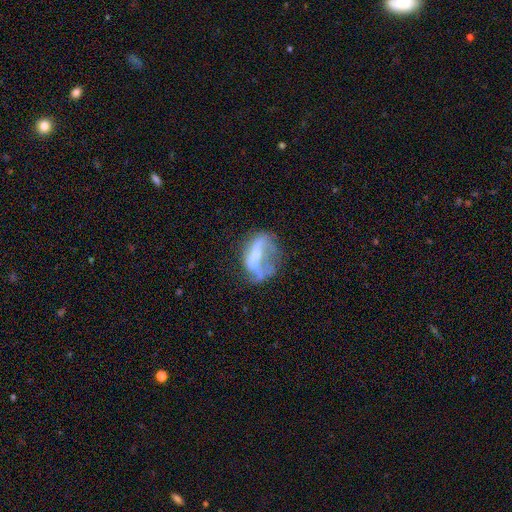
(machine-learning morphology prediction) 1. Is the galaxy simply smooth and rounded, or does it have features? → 58% featured or disk, 32% smooth, 10% star or artifact.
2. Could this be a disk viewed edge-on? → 93% no, 7% yes.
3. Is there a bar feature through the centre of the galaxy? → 45% no, 29% weak, 26% strong.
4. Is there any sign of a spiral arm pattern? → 65% no, 35% yes.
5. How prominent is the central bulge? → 35% none, 29% small, 28% moderate, 7% large, 2% dominant.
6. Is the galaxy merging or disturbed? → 39% major disturbance, 31% none, 22% minor disturbance, 8% merger.